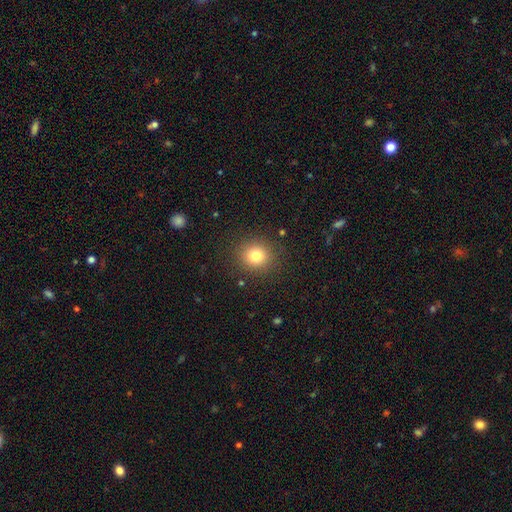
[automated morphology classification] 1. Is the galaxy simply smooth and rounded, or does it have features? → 80% smooth, 13% star or artifact, 7% featured or disk.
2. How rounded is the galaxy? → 86% round, 13% in between, 1% cigar-shaped.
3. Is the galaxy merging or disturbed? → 89% none, 7% minor disturbance, 3% major disturbance, 1% merger.